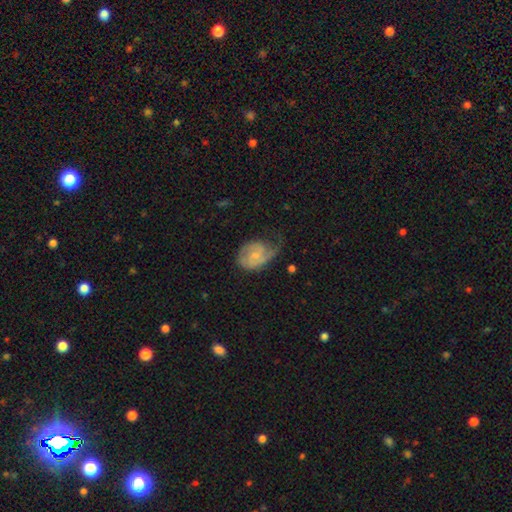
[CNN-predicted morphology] Smooth or featured?
  - featured or disk: 62% *
  - smooth: 32%
  - star or artifact: 6%
Edge-on disk?
  - no: 97% *
  - yes: 3%
Bar?
  - no: 62% *
  - weak: 33%
  - strong: 5%
Spiral arms?
  - yes: 86% *
  - no: 14%
Spiral winding?
  - medium: 39% *
  - tight: 37%
  - loose: 25%
Spiral arm count?
  - 2: 40% *
  - 1: 36%
  - can't tell: 17%
  - 3: 4%
  - 4: 1%
  - more than 4: 1%
Bulge size?
  - small: 61% *
  - moderate: 26%
  - none: 10%
  - large: 2%
  - dominant: 1%
Merging?
  - minor disturbance: 35% *
  - none: 34%
  - major disturbance: 29%
  - merger: 2%